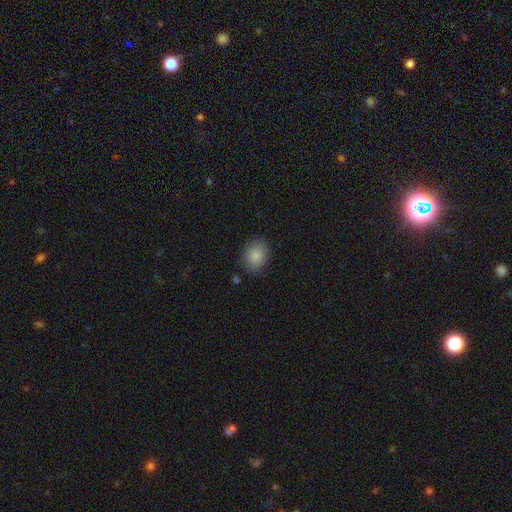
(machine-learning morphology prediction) This is clearly a smooth galaxy (87%). How rounded: possibly in between (54%). Merging: clearly none (83%).